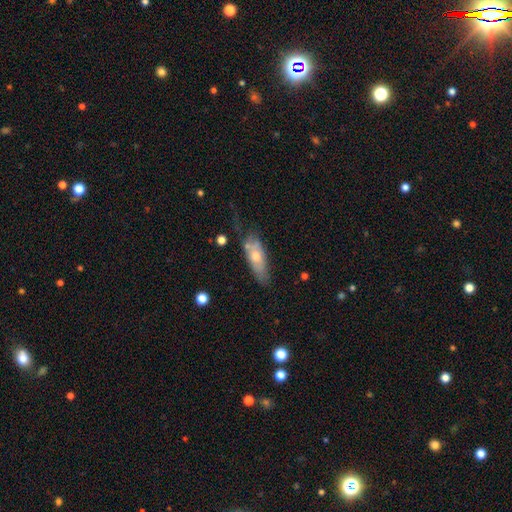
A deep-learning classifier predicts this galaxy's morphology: smooth_or_featured: smooth (p=0.58) [alt: featured or disk p=0.35]
how_rounded: in between (p=0.72) [alt: cigar-shaped p=0.26]
merging: none (p=0.42) [alt: minor disturbance p=0.32]